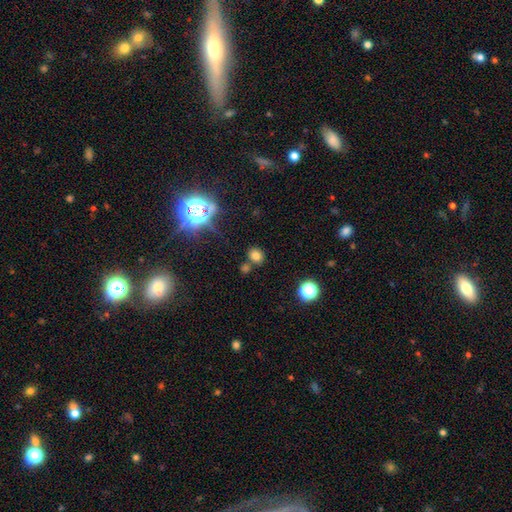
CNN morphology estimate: smooth_or_featured: smooth (p=0.72) [alt: star or artifact p=0.21]
how_rounded: round (p=0.62) [alt: in between p=0.36]
merging: none (p=0.73) [alt: merger p=0.14]